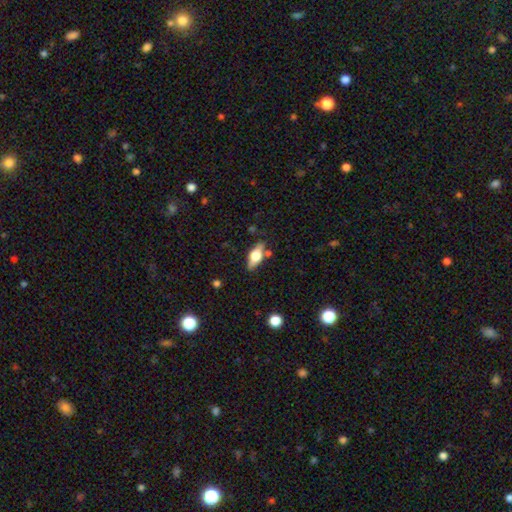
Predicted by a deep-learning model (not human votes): Overall: featured or disk (52%; smooth 41%). Edge-on disk: yes (90%). Merging: none (79%).